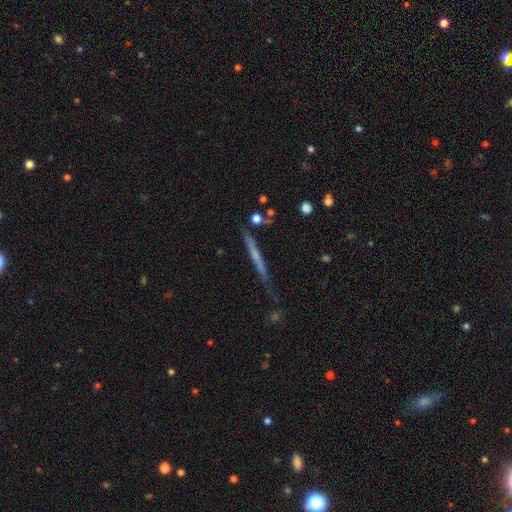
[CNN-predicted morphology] Q: Smooth or featured?
A: featured or disk (54%); runner-up: smooth (38%)
Q: Edge-on disk?
A: yes (95%); runner-up: no (5%)
Q: Edge-on bulge?
A: none (78%); runner-up: rounded (16%)
Q: Merging?
A: none (73%); runner-up: minor disturbance (19%)